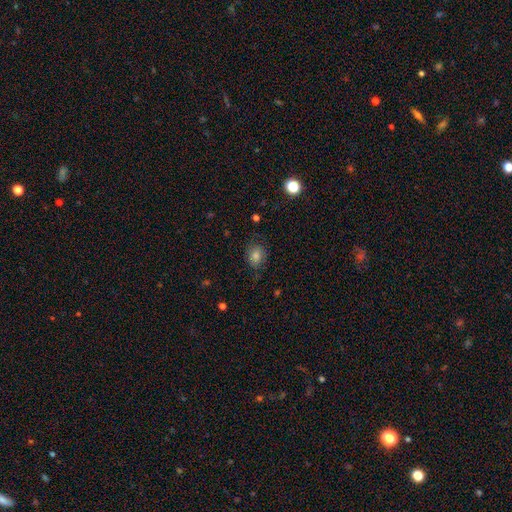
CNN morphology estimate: This is likely a smooth galaxy (71%). How rounded: possibly round (51%). Merging: likely none (74%).